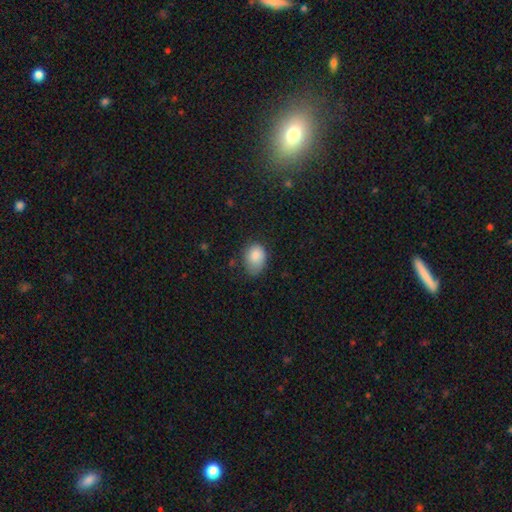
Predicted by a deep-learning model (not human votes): Overall: smooth (85%). How rounded: in between (72%). Merging: none (52%; minor disturbance 36%).